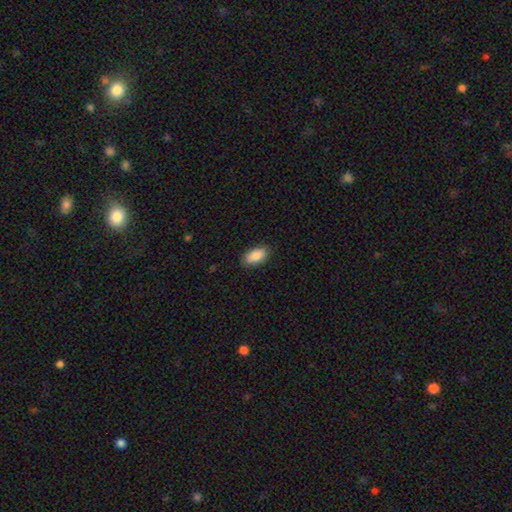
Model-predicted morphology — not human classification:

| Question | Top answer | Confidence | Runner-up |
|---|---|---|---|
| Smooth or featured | smooth | 87% | star or artifact (6%) |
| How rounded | in between | 93% | cigar-shaped (4%) |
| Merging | none | 86% | minor disturbance (11%) |